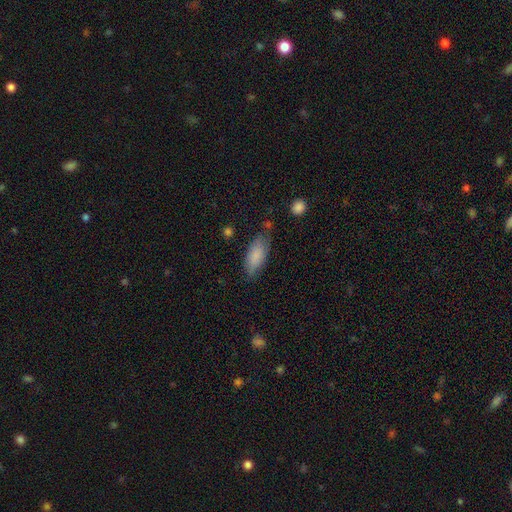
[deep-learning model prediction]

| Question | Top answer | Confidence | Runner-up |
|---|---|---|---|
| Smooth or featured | smooth | 83% | featured or disk (11%) |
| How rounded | in between | 82% | cigar-shaped (16%) |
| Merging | none | 68% | minor disturbance (24%) |